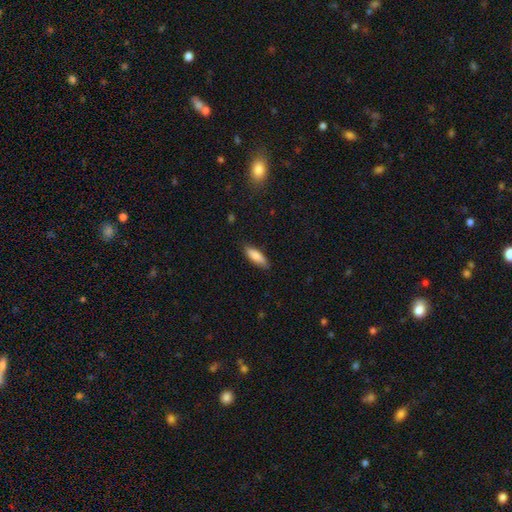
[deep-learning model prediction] smooth-or-featured: smooth: 83% | featured or disk: 11% | star or artifact: 6%
  how-rounded: in between: 56% | cigar-shaped: 42% | round: 2%
  merging: none: 84% | minor disturbance: 13% | major disturbance: 2% | merger: 1%